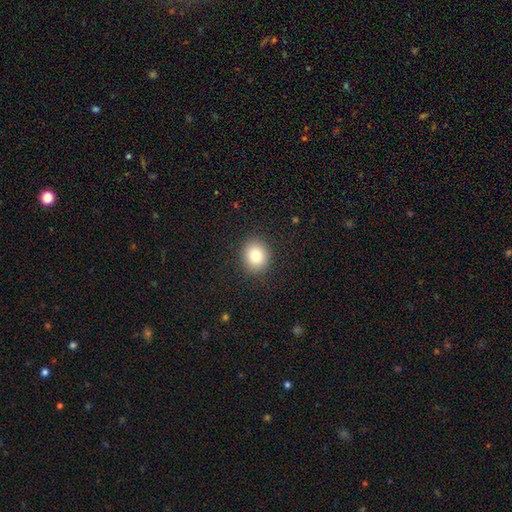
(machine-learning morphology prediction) Q: Smooth or featured?
A: smooth (81%); runner-up: star or artifact (11%)
Q: How rounded?
A: round (73%); runner-up: in between (26%)
Q: Merging?
A: none (90%); runner-up: minor disturbance (7%)